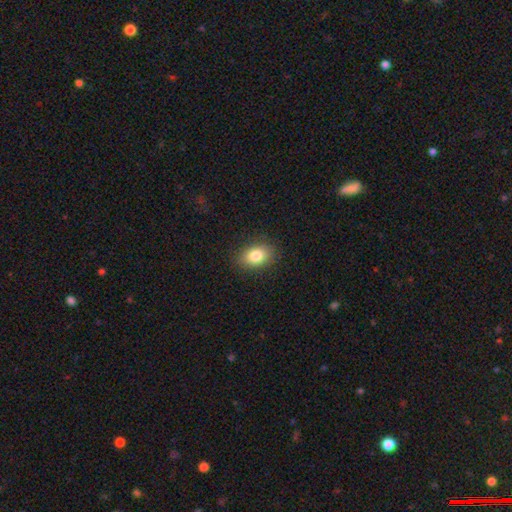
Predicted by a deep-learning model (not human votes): Smooth or featured? smooth (83%)
How rounded? in between (82%)
Merging? none (87%)